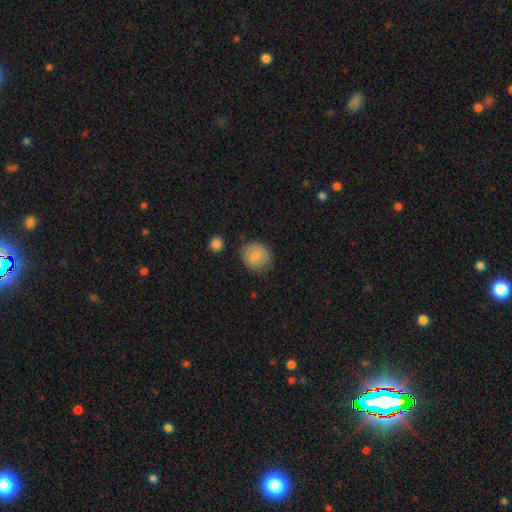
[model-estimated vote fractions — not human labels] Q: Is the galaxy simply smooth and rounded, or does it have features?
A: smooth — 80%.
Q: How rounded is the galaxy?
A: round — 79%.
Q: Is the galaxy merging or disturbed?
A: none — 79%.